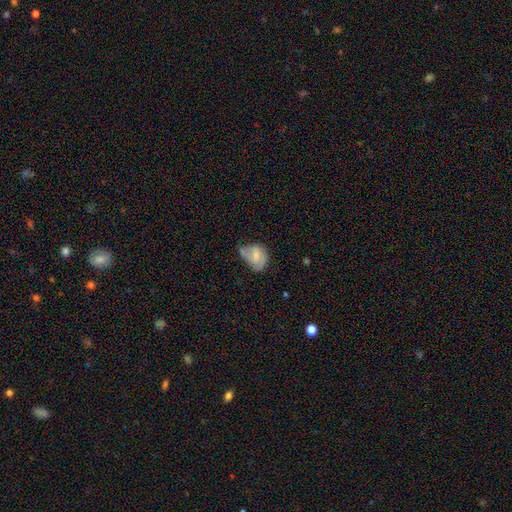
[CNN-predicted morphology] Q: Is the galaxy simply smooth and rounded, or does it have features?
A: smooth — 56%.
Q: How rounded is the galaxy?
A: in between — 64%.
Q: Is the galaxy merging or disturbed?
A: minor disturbance — 41%.